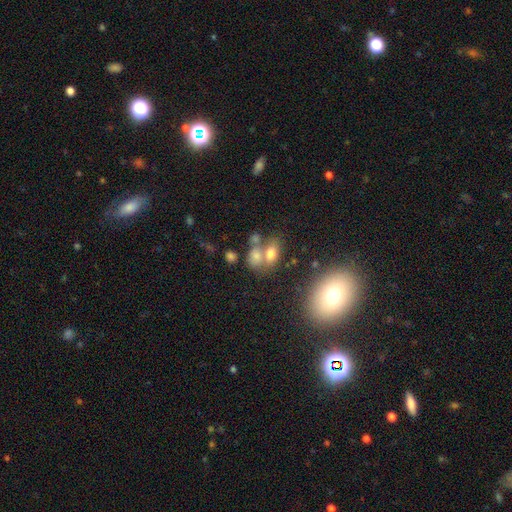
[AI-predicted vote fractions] Smooth or featured? smooth (70%)
How rounded? in between (73%)
Merging? merger (46%)